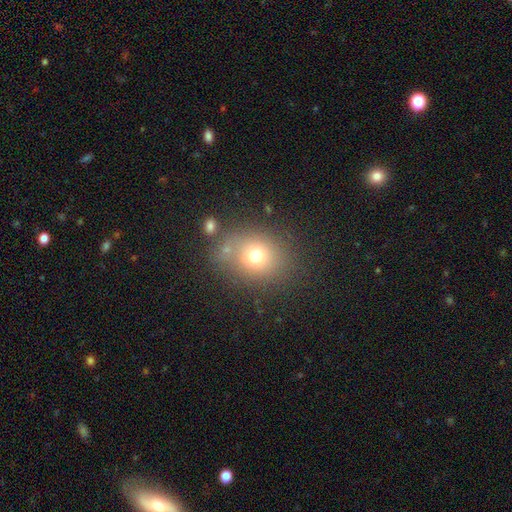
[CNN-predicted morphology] Smooth or featured? Predicted: smooth (p=0.70). How rounded? Predicted: round (p=0.63). Merging? Predicted: none (p=0.69).